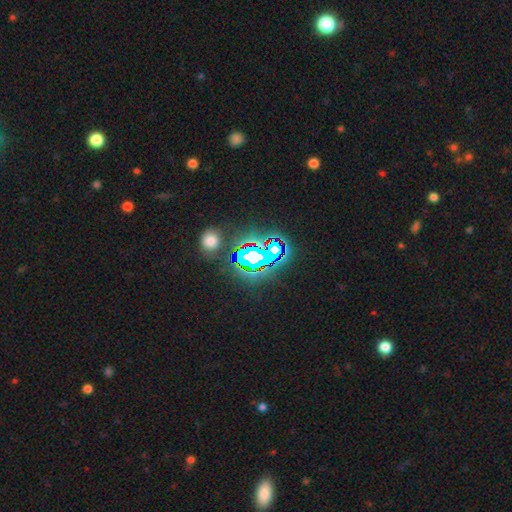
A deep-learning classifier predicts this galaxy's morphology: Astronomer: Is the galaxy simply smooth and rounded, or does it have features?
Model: star or artifact — 79%.